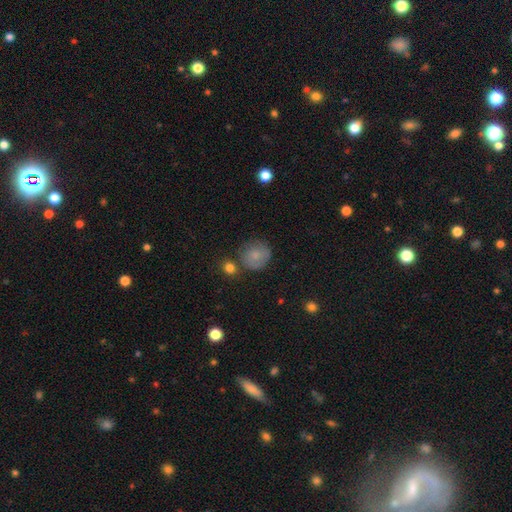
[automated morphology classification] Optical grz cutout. It shows a smooth galaxy with no disk features (78%) that is round (85%). Merging: none (64%).